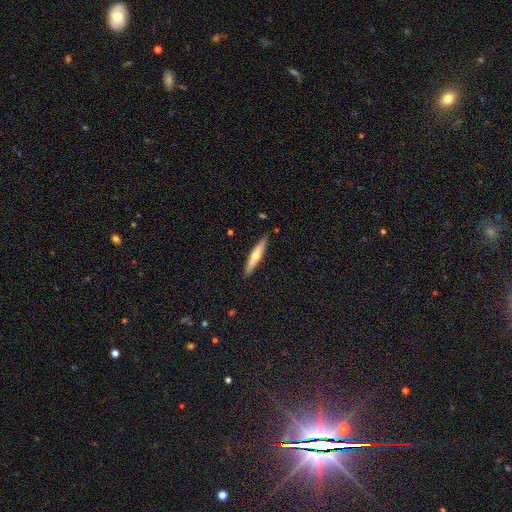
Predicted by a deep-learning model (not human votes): The model was most divided on "smooth or featured" (2-way tie): featured or disk: 47%, smooth: 47%, star or artifact: 6%. More confident: merging — none (88%).